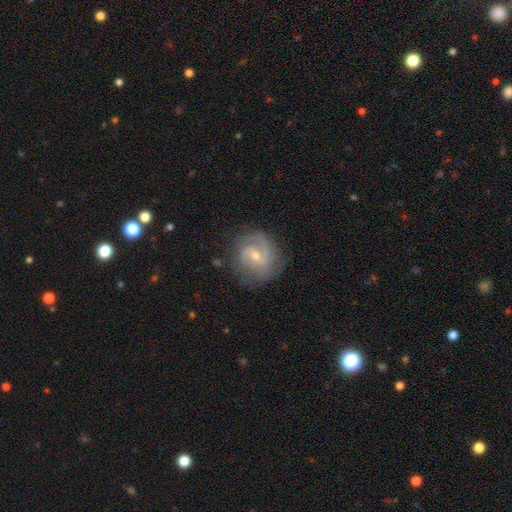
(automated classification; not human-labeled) This appears to be a featured or disk galaxy (79%) with a weak bar (47%), 2 (56%) tight (45%) spiral arms (93%) and a small central bulge (58%). Merging: none (77%).